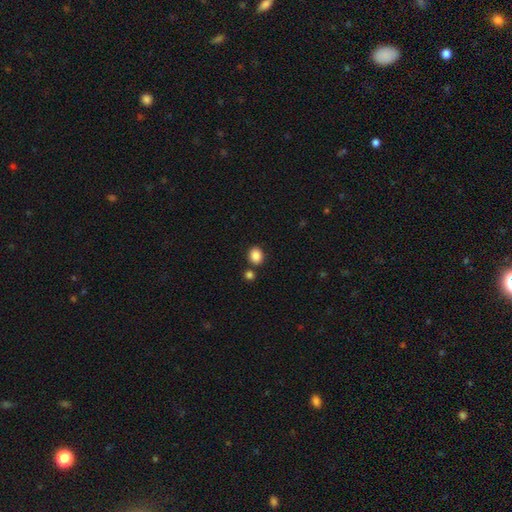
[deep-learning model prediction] Q: Smooth or featured?
A: smooth (87%); runner-up: star or artifact (9%)
Q: How rounded?
A: round (55%); runner-up: in between (44%)
Q: Merging?
A: none (79%); runner-up: merger (10%)